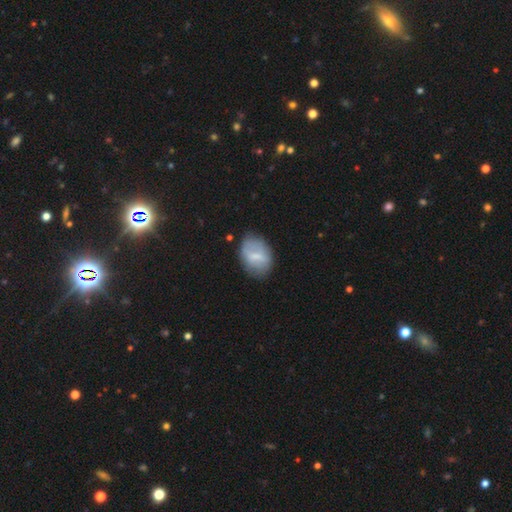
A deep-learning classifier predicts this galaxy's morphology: This appears to be a smooth galaxy with no disk features (56%) that is in between round and cigar-shaped (80%). Merging: none (70%).